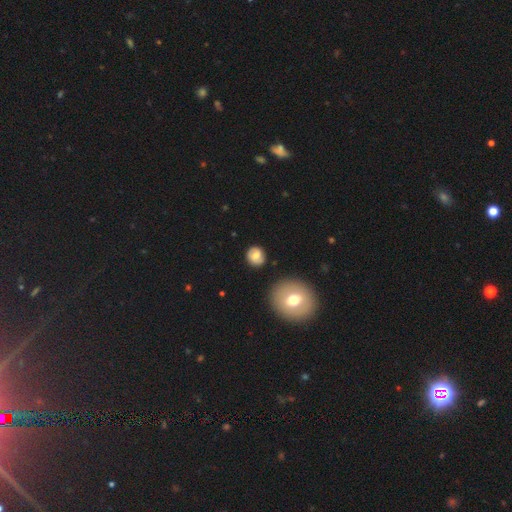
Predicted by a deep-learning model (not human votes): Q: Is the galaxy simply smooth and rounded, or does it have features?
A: smooth — 65%.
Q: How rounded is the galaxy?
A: round — 80%.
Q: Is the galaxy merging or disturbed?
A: none — 84%.